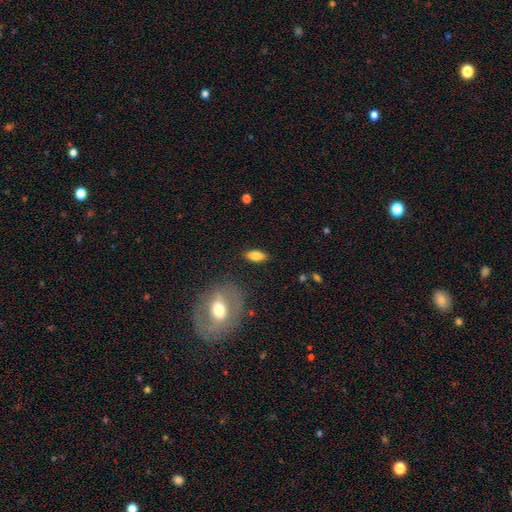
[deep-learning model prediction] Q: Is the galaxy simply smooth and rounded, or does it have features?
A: smooth — 78%.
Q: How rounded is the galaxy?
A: in between — 78%.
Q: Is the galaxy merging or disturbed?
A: none — 86%.